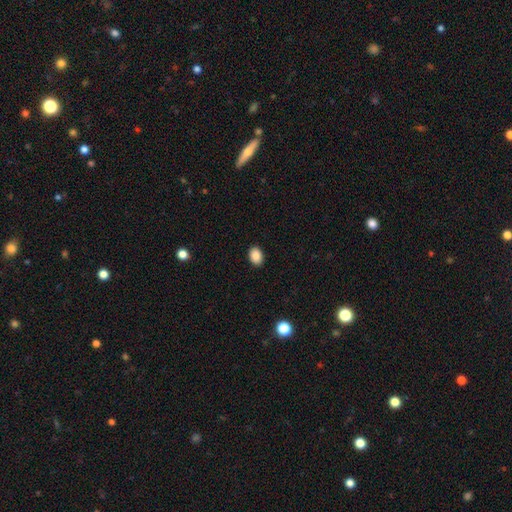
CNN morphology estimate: The model was most divided on "how rounded": in between: 77%, round: 22%, cigar-shaped: 1%. More confident: merging — none (90%); smooth or featured — smooth (89%).